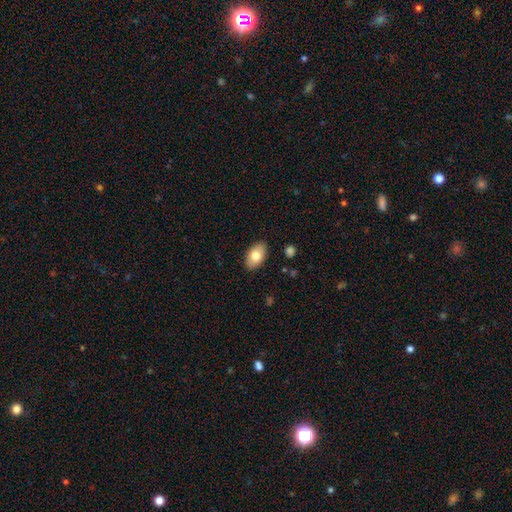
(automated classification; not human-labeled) A smooth galaxy with no disk features (78%) that is in between round and cigar-shaped (92%).

Vote fractions:
- Smooth or featured? smooth: 78% / featured or disk: 16% / star or artifact: 7%
- How rounded? in between: 92% / round: 6% / cigar-shaped: 1%
- Merging? none: 88% / minor disturbance: 9% / major disturbance: 2% / merger: 1%